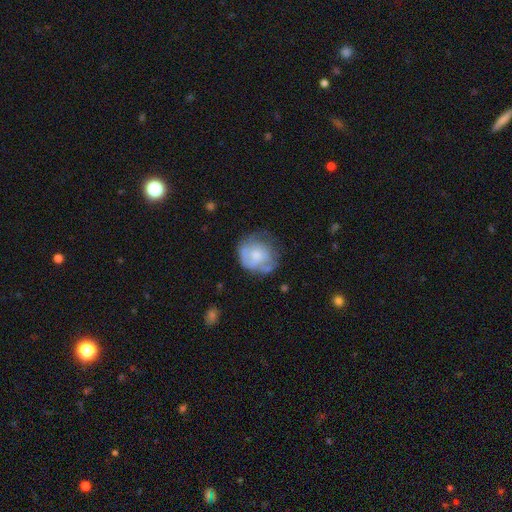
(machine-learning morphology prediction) Smooth or featured?
  - smooth: 50% *
  - featured or disk: 43%
  - star or artifact: 8%
Merging?
  - none: 47% *
  - minor disturbance: 29%
  - major disturbance: 20%
  - merger: 4%